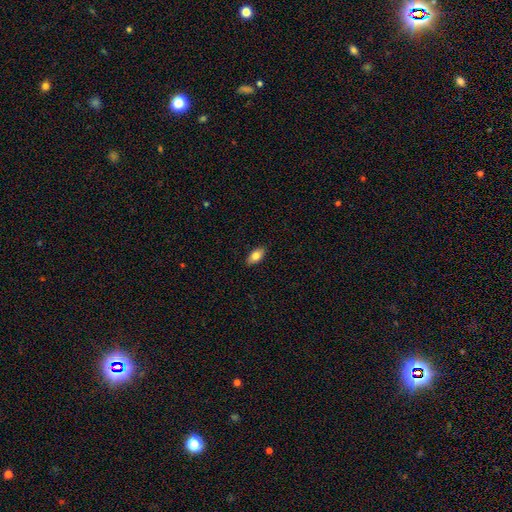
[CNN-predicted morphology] smooth-or-featured: smooth: 81% | featured or disk: 12% | star or artifact: 7%
  how-rounded: in between: 90% | cigar-shaped: 6% | round: 4%
  merging: none: 88% | minor disturbance: 9% | major disturbance: 2% | merger: 1%